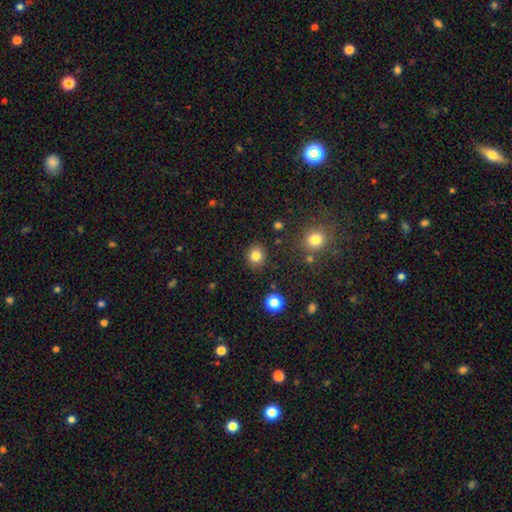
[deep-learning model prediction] smooth-or-featured: smooth: 82% | star or artifact: 12% | featured or disk: 6%
  how-rounded: round: 83% | in between: 16% | cigar-shaped: 1%
  merging: none: 88% | minor disturbance: 7% | major disturbance: 2% | merger: 2%